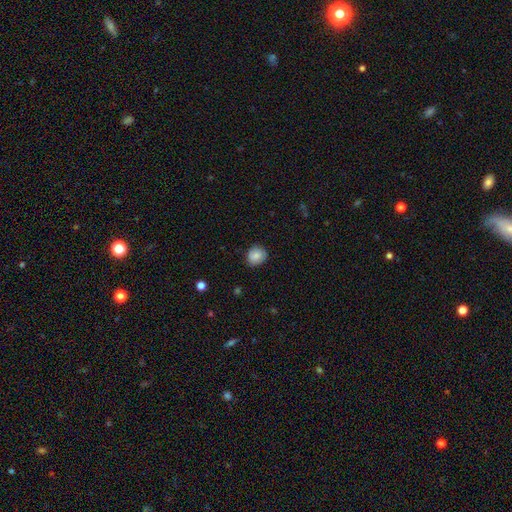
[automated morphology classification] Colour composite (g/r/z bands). It shows a smooth galaxy with no disk features (84%) that is round (75%). Merging: none (82%).